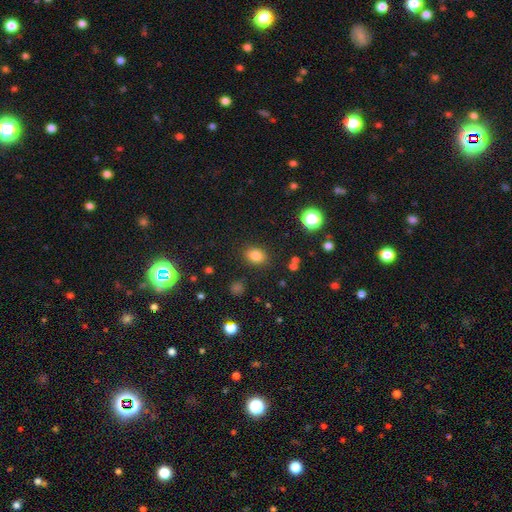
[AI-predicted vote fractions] Q: Smooth or featured?
A: smooth (82%); runner-up: star or artifact (13%)
Q: How rounded?
A: in between (62%); runner-up: round (37%)
Q: Merging?
A: none (84%); runner-up: minor disturbance (10%)